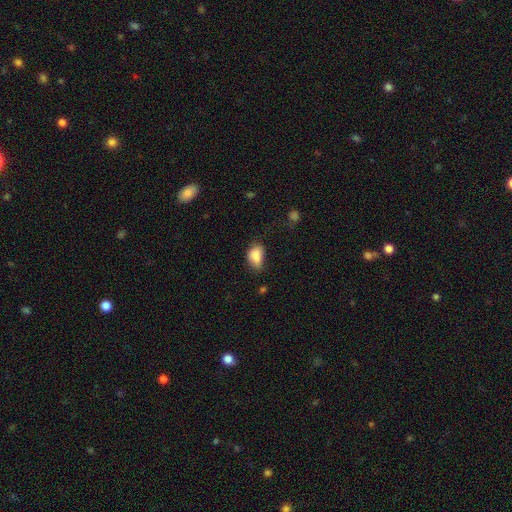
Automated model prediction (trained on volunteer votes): Smooth or featured: smooth — 83% (star or artifact — 9%)
How rounded: in between — 83% (round — 15%)
Merging: none — 46% (minor disturbance — 36%)